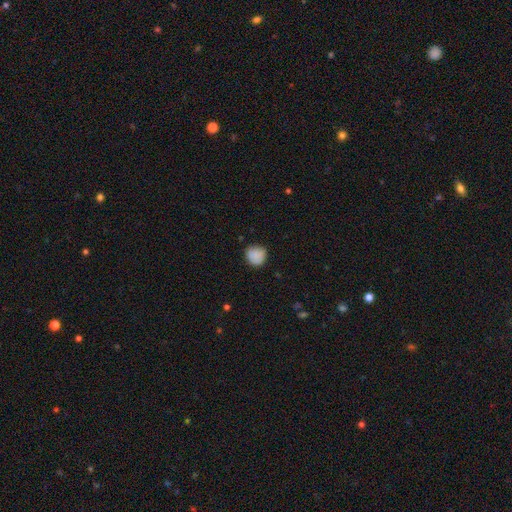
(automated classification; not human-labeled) Morphology: type=smooth (87%); roundness=round (89%); merging=none (80%).